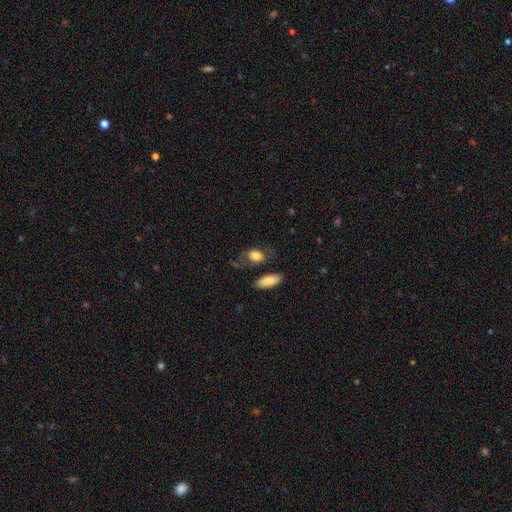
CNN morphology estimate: type=smooth (78%); roundness=in between (78%); merging=none (55%).